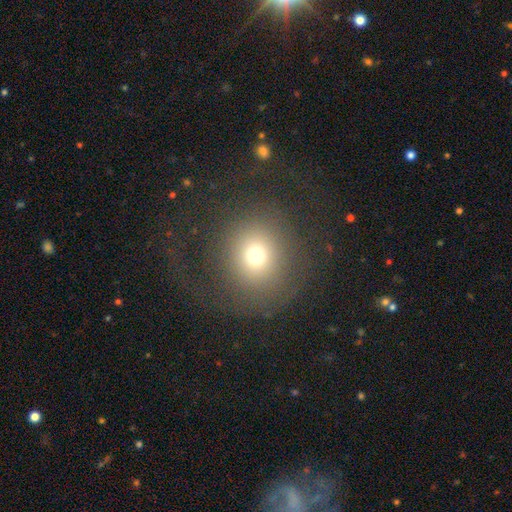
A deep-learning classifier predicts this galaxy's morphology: Smooth or featured? smooth (71%)
How rounded? round (84%)
Merging? none (78%)